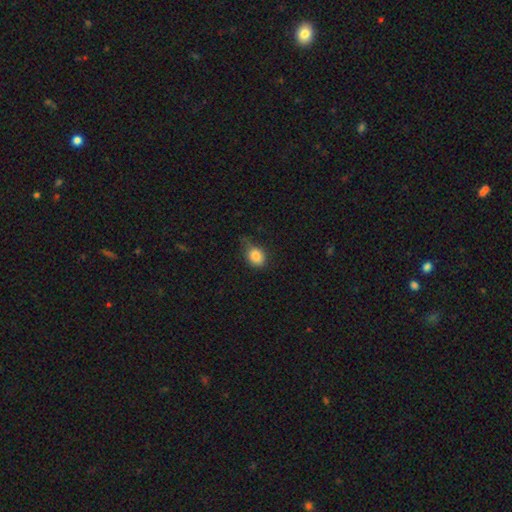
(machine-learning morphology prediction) Smooth or featured? smooth (84%)
How rounded? in between (55%)
Merging? none (57%)